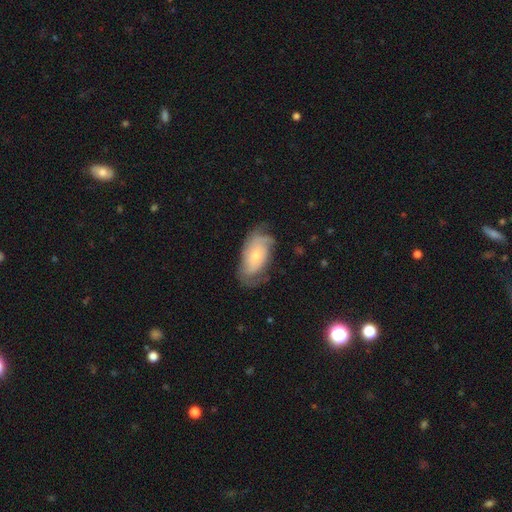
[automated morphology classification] The model was most divided on "bulge size": small: 61%, moderate: 33%, large: 3%, none: 2%, dominant: 1%. More confident: edge-on disk — no (94%); spiral arms — yes (85%); bar — no (78%); smooth or featured — featured or disk (61%); merging — none (59%).